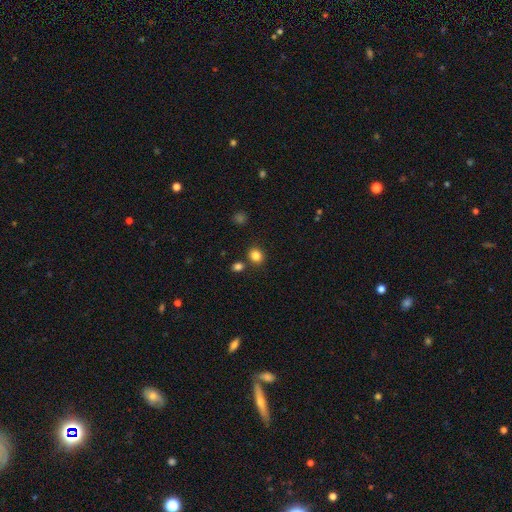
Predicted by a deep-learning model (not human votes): Overall: smooth (84%). How rounded: round (74%). Merging: none (80%).